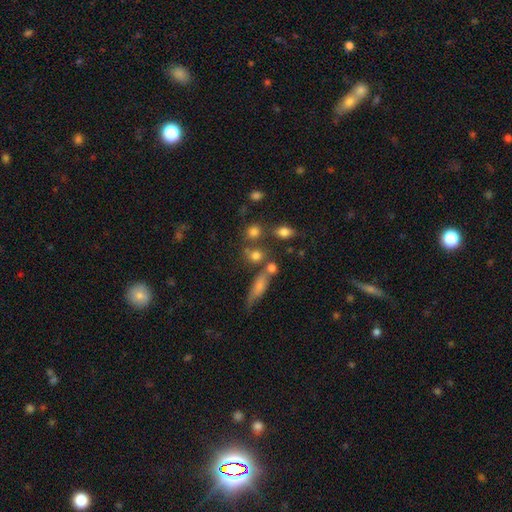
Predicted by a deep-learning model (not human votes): Smooth or featured?
  - smooth: 74% *
  - star or artifact: 15%
  - featured or disk: 12%
How rounded?
  - round: 70% *
  - in between: 25%
  - cigar-shaped: 5%
Merging?
  - none: 57% *
  - merger: 25%
  - minor disturbance: 12%
  - major disturbance: 6%